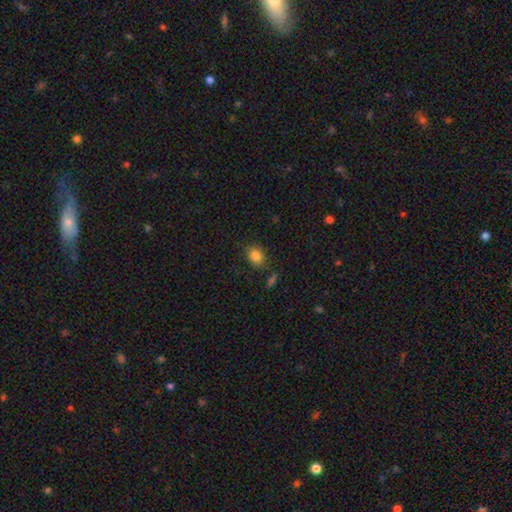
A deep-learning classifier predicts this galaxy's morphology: Overall: smooth (84%). How rounded: in between (60%; round 39%). Merging: none (80%).